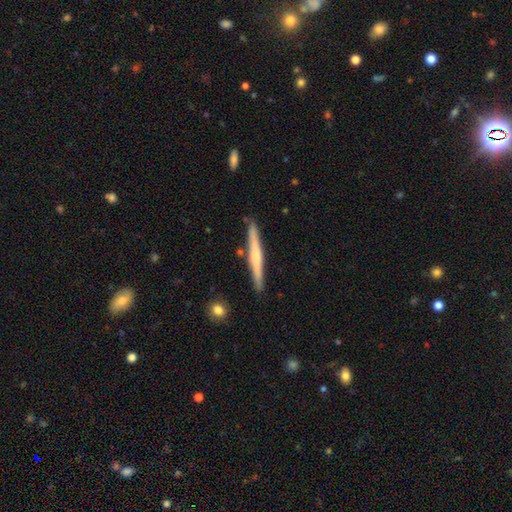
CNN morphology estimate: A featured or disk galaxy (50%) viewed edge-on (97%).

Vote fractions:
- Smooth or featured? featured or disk: 50% / smooth: 44% / star or artifact: 5%
- Edge-on disk? yes: 97% / no: 3%
- Merging? none: 87% / minor disturbance: 9% / merger: 2% / major disturbance: 2%